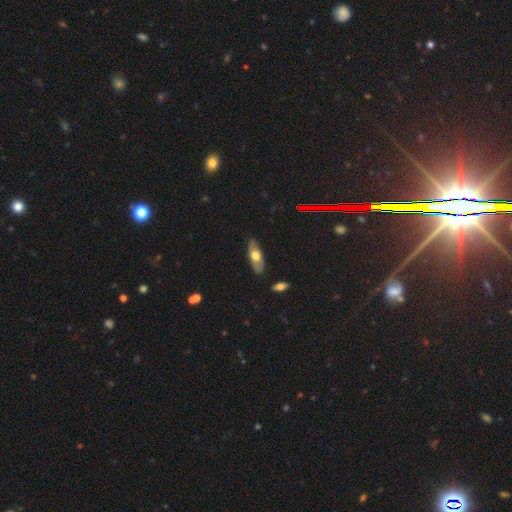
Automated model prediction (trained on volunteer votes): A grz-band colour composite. It shows a smooth galaxy with no disk features (54%) that is in between round and cigar-shaped (71%). Merging: none (84%).